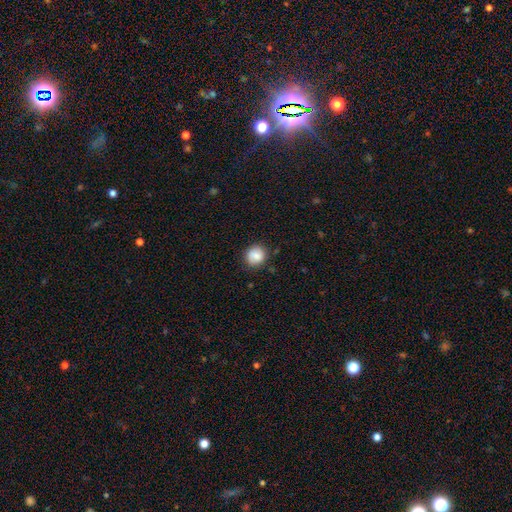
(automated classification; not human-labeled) The model was most divided on "how rounded": round: 83%, in between: 16%, cigar-shaped: 1%. More confident: smooth or featured — smooth (83%); merging — none (82%).